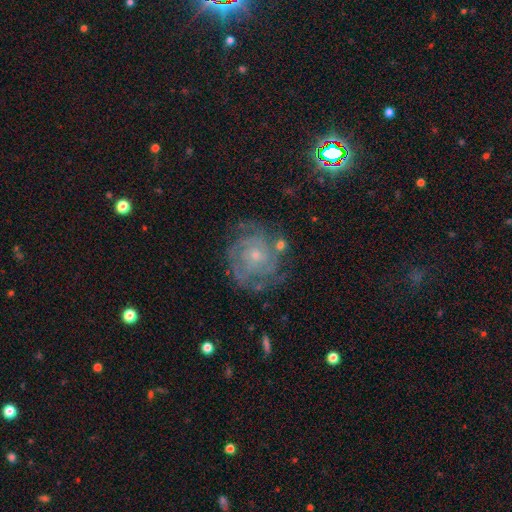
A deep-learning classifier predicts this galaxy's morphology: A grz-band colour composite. It shows a featured or disk galaxy (83%) with no bar (75%), tight (74%) spiral arms (95%) and a small central bulge (70%). Merging: none (73%).